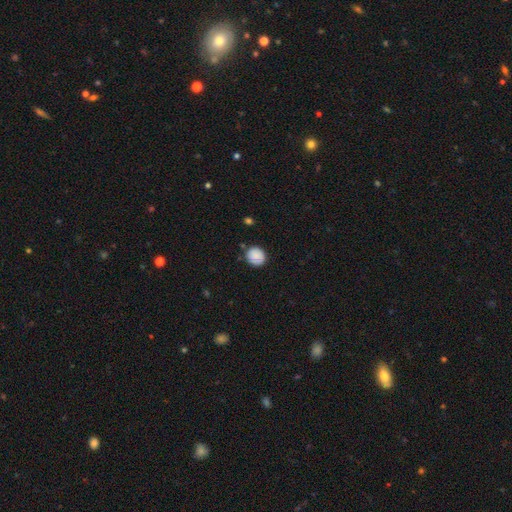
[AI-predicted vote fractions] Smooth or featured?
  - smooth: 87% *
  - star or artifact: 8%
  - featured or disk: 5%
How rounded?
  - round: 83% *
  - in between: 16%
  - cigar-shaped: 1%
Merging?
  - none: 83% *
  - minor disturbance: 12%
  - major disturbance: 2%
  - merger: 2%